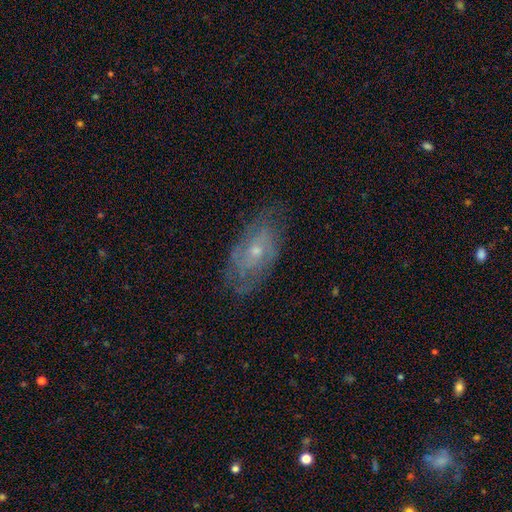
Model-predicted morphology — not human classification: Smooth or featured? featured or disk (63%)
Edge-on disk? no (89%)
Bar? no (70%)
Spiral arms? yes (78%)
Bulge size? small (61%)
Merging? none (75%)